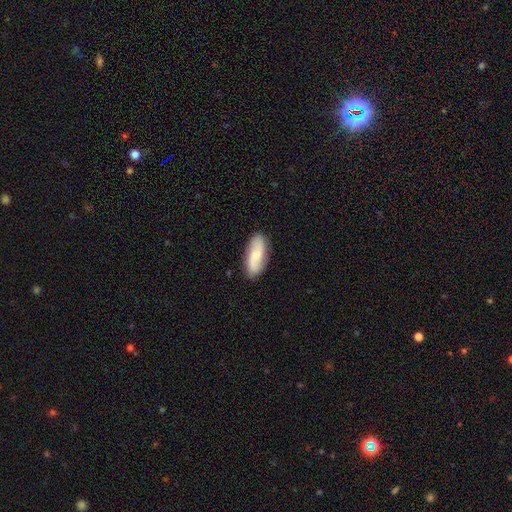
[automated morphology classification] Q: Smooth or featured?
A: smooth (60%); runner-up: featured or disk (34%)
Q: How rounded?
A: in between (78%); runner-up: cigar-shaped (20%)
Q: Merging?
A: none (85%); runner-up: minor disturbance (12%)